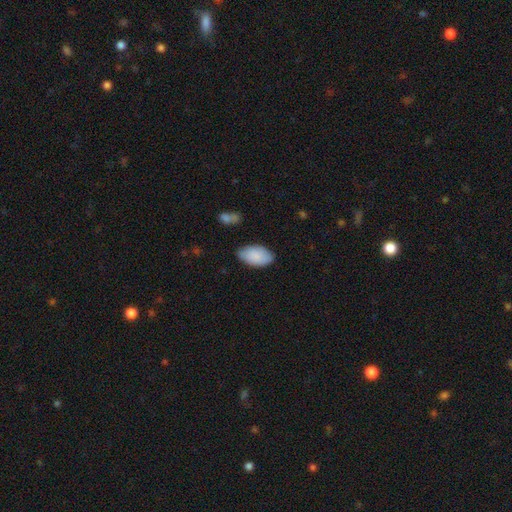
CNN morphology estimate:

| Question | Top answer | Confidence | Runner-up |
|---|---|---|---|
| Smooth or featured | smooth | 88% | featured or disk (6%) |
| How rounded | in between | 95% | round (3%) |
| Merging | none | 77% | minor disturbance (19%) |